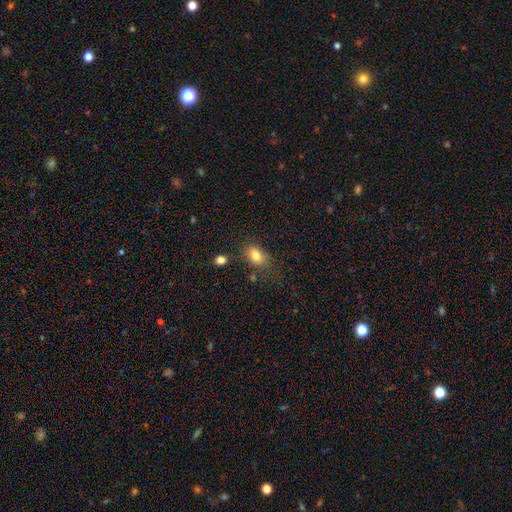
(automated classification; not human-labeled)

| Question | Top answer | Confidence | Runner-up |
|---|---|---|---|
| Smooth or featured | smooth | 82% | star or artifact (10%) |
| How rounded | in between | 80% | round (18%) |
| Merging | none | 73% | minor disturbance (17%) |